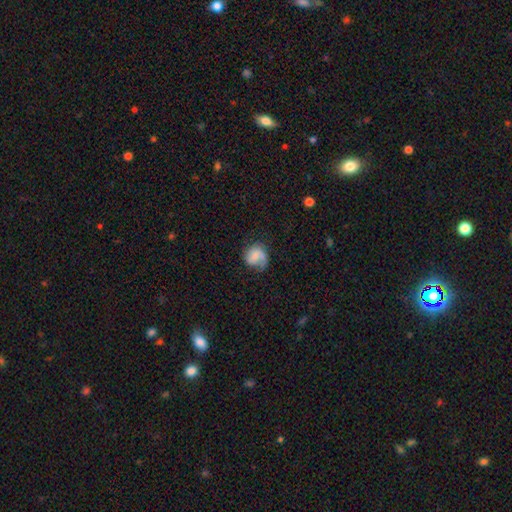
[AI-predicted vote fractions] Morphology: type=featured or disk (48%); merging=none (55%).